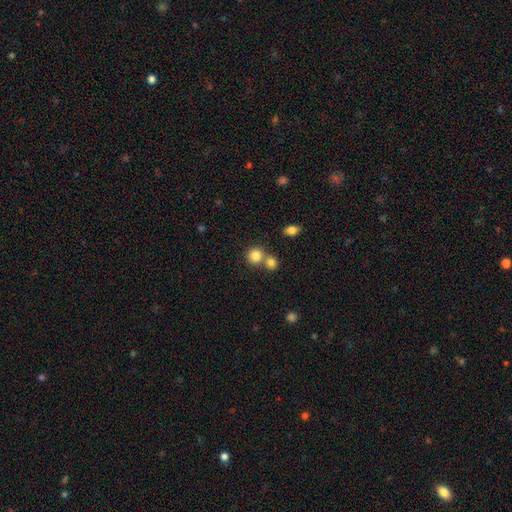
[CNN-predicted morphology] This is clearly a smooth galaxy (83%). How rounded: clearly round (89%). Merging: possibly none (57%).